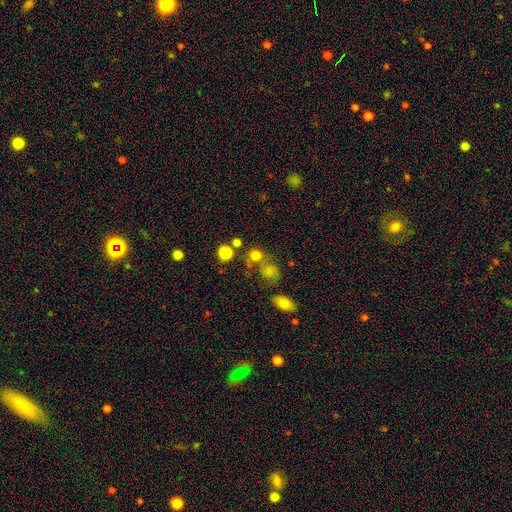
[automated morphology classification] This is likely a smooth galaxy (74%). How rounded: clearly round (83%). Merging: possibly none (56%).